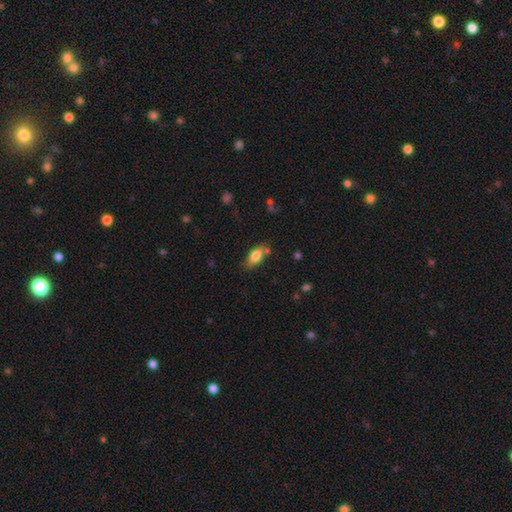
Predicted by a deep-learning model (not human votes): This is likely a smooth galaxy (76%). How rounded: clearly in between (83%). Merging: likely none (71%).